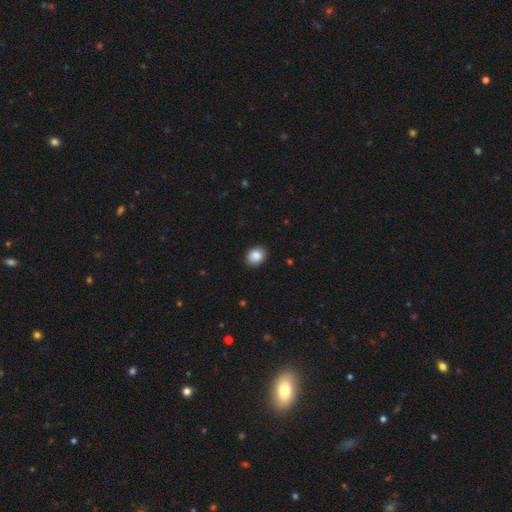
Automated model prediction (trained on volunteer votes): The model was most divided on "how rounded": round: 59%, in between: 40%, cigar-shaped: 1%. More confident: merging — none (90%); smooth or featured — smooth (88%).